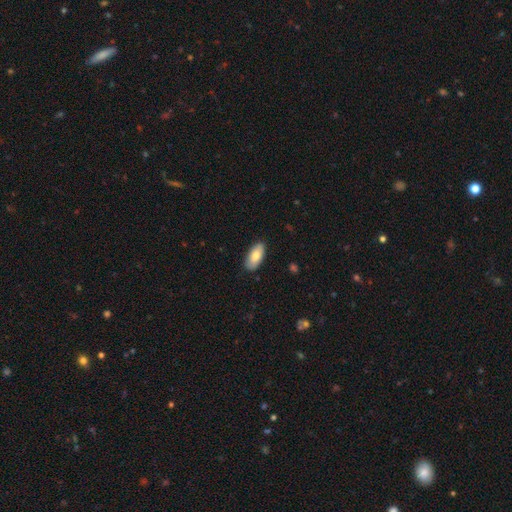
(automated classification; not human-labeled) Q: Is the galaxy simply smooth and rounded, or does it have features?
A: smooth — 80%.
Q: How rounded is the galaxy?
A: in between — 92%.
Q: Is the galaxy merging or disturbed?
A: none — 87%.